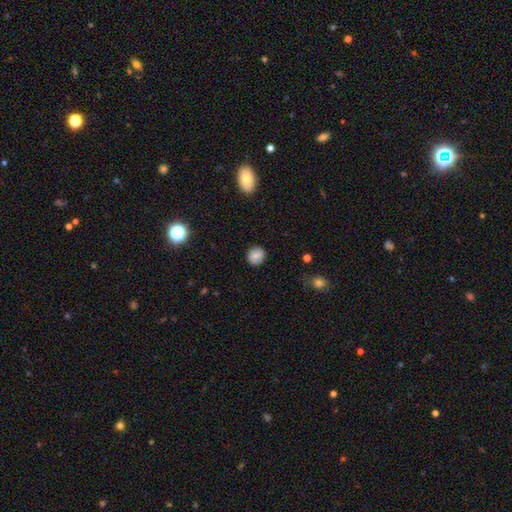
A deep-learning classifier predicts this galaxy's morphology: This appears to be a smooth galaxy with no disk features (80%) that is round (85%). Merging: none (88%).